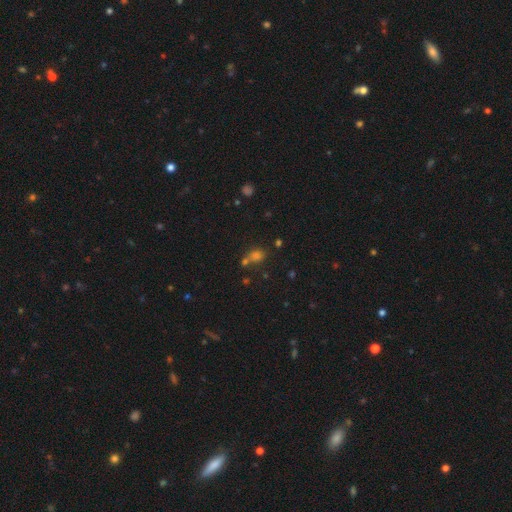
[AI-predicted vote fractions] smooth-or-featured: smooth: 63% | star or artifact: 29% | featured or disk: 8%
  how-rounded: in between: 49% (tied) | round: 49% (tied) | cigar-shaped: 3%
  merging: none: 53% | merger: 29% | minor disturbance: 12% | major disturbance: 6%